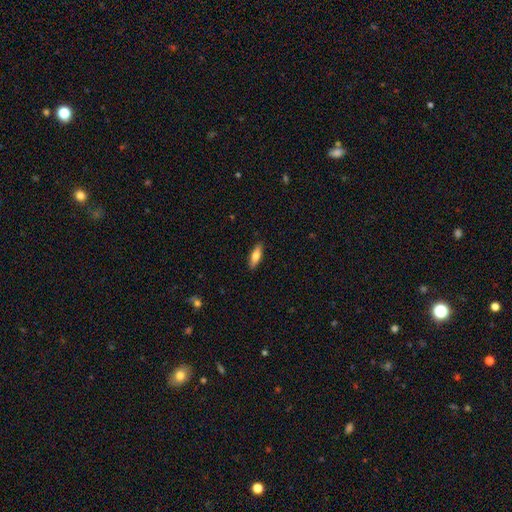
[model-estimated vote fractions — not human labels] Smooth or featured?
  - smooth: 73% *
  - featured or disk: 21%
  - star or artifact: 6%
How rounded?
  - in between: 50% *
  - cigar-shaped: 48%
  - round: 2%
Merging?
  - none: 89% *
  - minor disturbance: 9%
  - major disturbance: 2%
  - merger: 1%